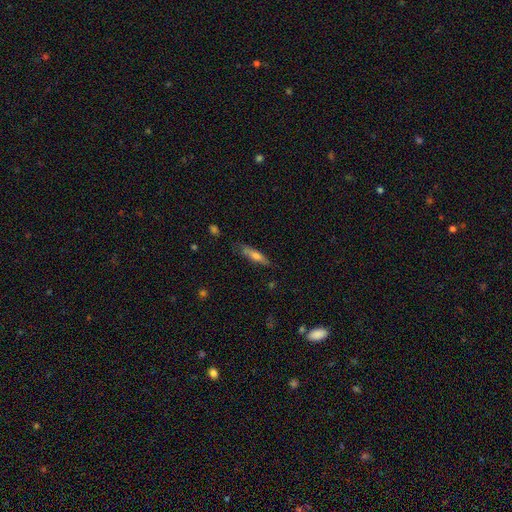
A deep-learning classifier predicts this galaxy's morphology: Smooth or featured: smooth — 62% (featured or disk — 31%)
How rounded: cigar-shaped — 78% (in between — 20%)
Merging: none — 76% (minor disturbance — 18%)